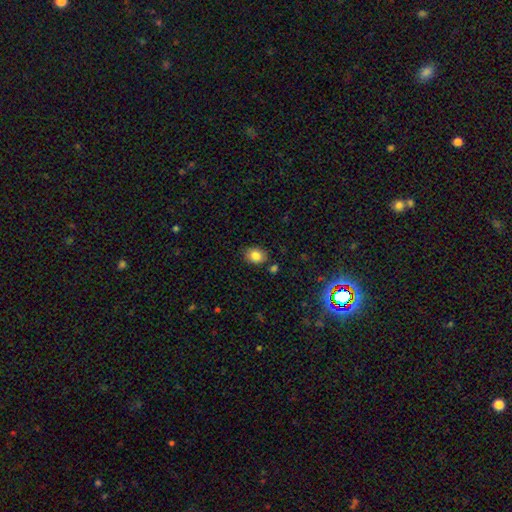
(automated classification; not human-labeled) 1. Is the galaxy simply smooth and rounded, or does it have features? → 83% smooth, 10% star or artifact, 7% featured or disk.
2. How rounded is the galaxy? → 54% in between, 45% round, 1% cigar-shaped.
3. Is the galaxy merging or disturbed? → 81% none, 13% minor disturbance, 4% merger, 3% major disturbance.